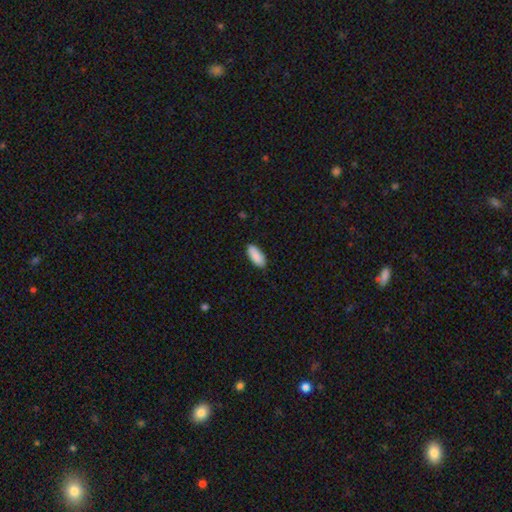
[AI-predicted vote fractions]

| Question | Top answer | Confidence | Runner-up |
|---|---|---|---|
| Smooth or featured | smooth | 91% | star or artifact (6%) |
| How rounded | in between | 84% | cigar-shaped (14%) |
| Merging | none | 88% | minor disturbance (10%) |